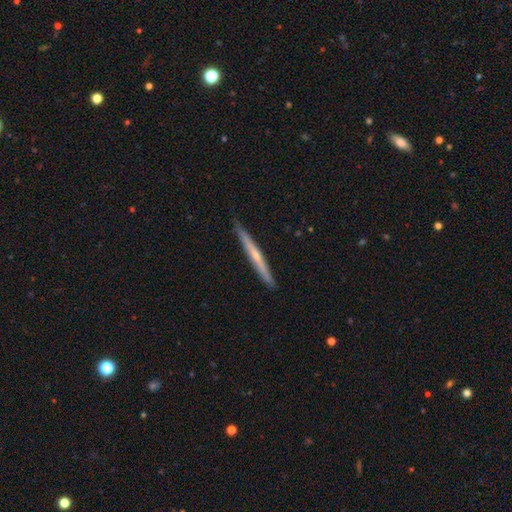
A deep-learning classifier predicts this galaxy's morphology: A featured or disk galaxy (59%) viewed edge-on (97%) with a rounded central bulge (50%).

Vote fractions:
- Smooth or featured? featured or disk: 59% / smooth: 35% / star or artifact: 6%
- Edge-on disk? yes: 97% / no: 3%
- Edge-on bulge? rounded: 50% / none: 46% / boxy: 4%
- Merging? none: 90% / minor disturbance: 8% / major disturbance: 1% / merger: 1%